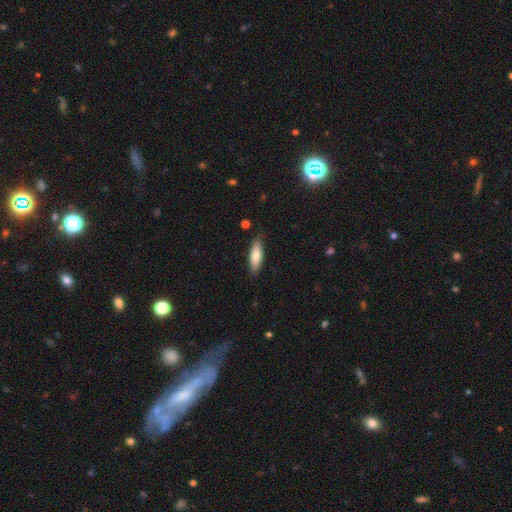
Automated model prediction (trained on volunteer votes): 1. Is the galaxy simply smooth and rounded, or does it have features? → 75% smooth, 19% featured or disk, 6% star or artifact.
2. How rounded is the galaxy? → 52% in between, 46% cigar-shaped, 2% round.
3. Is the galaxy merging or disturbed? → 86% none, 10% minor disturbance, 2% major disturbance, 1% merger.